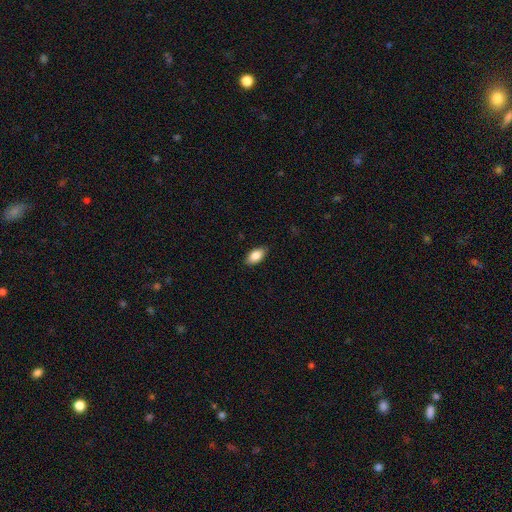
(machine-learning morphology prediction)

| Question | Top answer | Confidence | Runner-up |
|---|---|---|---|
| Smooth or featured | smooth | 85% | featured or disk (9%) |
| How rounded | in between | 91% | cigar-shaped (5%) |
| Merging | none | 86% | minor disturbance (11%) |